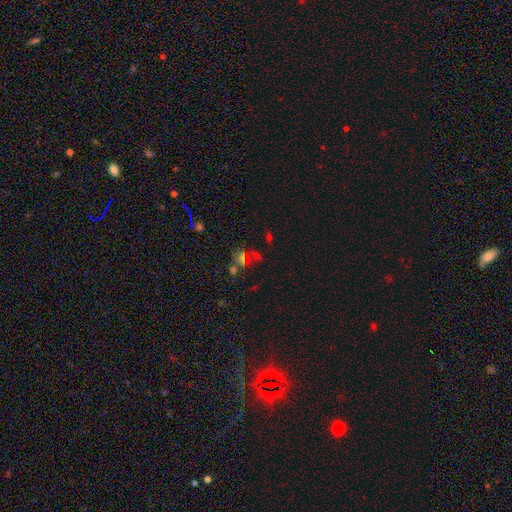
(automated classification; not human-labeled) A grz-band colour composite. It shows a star or artifact, not a galaxy (46%).